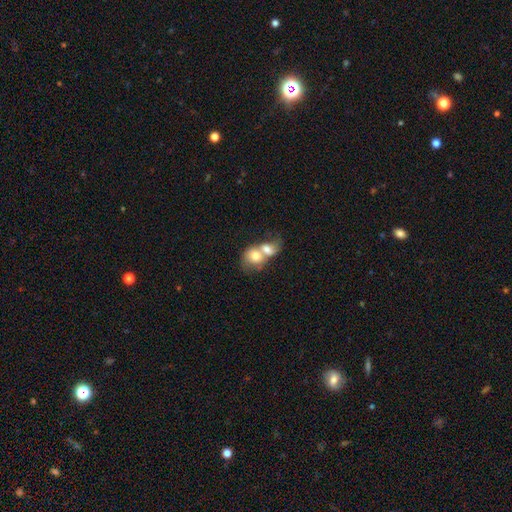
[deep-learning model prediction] This is likely a smooth galaxy (68%). How rounded: possibly round (54%). Merging: clearly merger (83%).